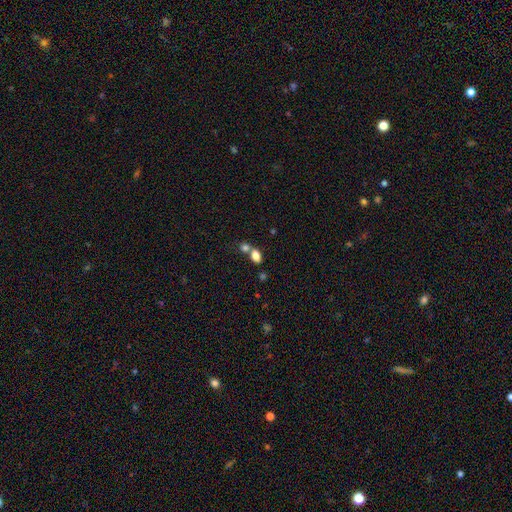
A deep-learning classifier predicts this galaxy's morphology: Smooth or featured? smooth (81%)
How rounded? in between (79%)
Merging? merger (44%)